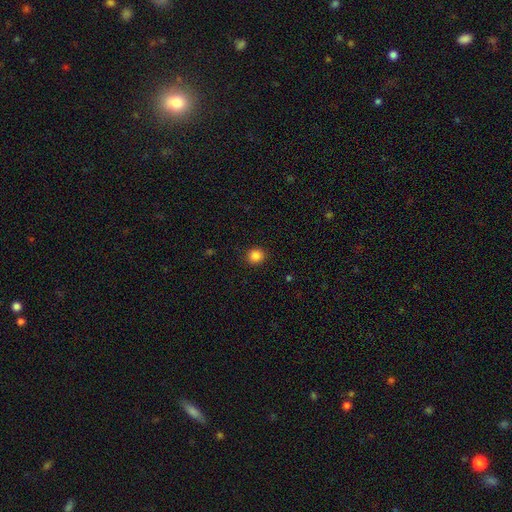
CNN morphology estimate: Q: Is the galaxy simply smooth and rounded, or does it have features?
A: smooth — 85%.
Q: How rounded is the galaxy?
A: round — 88%.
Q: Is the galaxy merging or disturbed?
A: none — 90%.